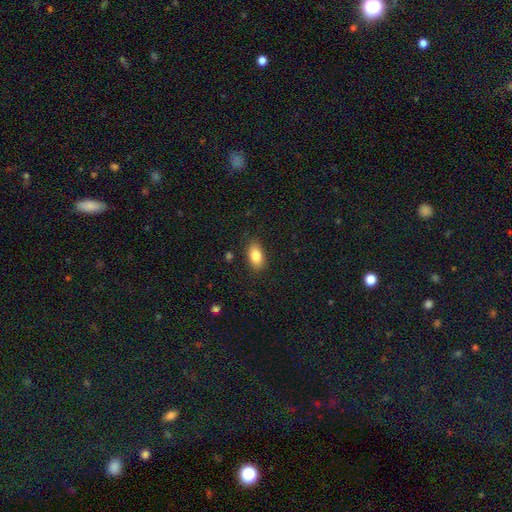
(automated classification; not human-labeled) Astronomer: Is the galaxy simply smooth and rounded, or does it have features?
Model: smooth — 84%.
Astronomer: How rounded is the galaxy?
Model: in between — 91%.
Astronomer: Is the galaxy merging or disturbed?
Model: none — 86%.